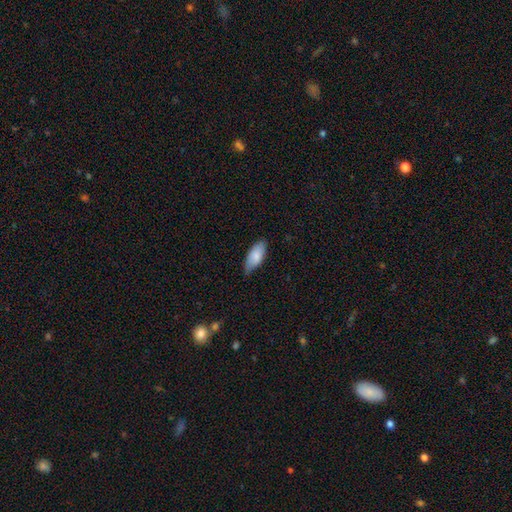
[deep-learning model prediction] Smooth or featured?
  - smooth: 84% *
  - featured or disk: 11%
  - star or artifact: 6%
How rounded?
  - in between: 86% *
  - cigar-shaped: 12%
  - round: 2%
Merging?
  - none: 70% *
  - minor disturbance: 25%
  - major disturbance: 3%
  - merger: 1%